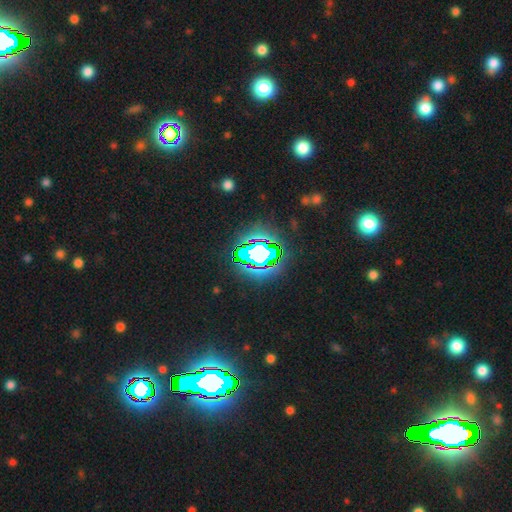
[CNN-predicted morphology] smooth-or-featured: star or artifact: 83% | smooth: 9% | featured or disk: 7%